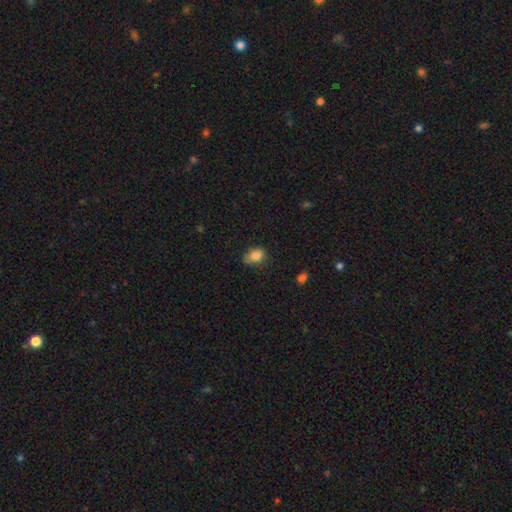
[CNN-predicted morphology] smooth 84%, star or artifact 9%, featured or disk 7%. Down the decision tree: how rounded — in between (68%); merging — none (54%).